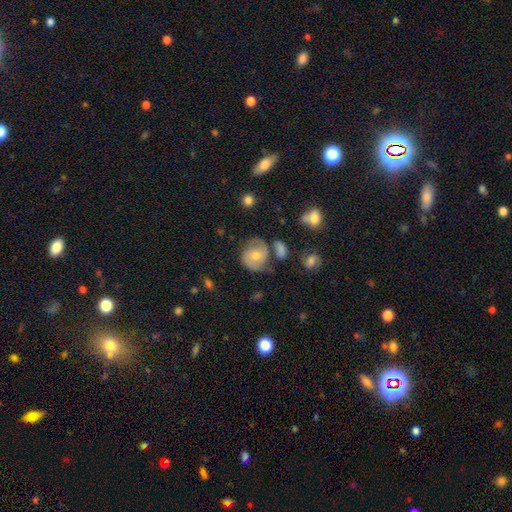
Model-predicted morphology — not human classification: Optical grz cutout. It shows a featured or disk galaxy (67%) with no bar (69%), 2 (75%) tight (51%) spiral arms (87%) and a moderate central bulge (65%). Merging: none (70%).